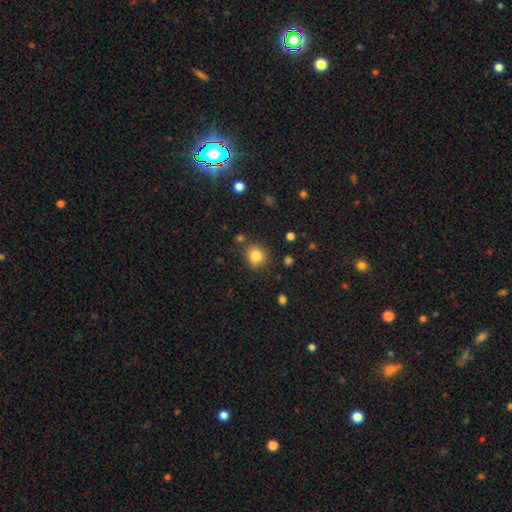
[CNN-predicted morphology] smooth 83%, star or artifact 11%, featured or disk 6%. Down the decision tree: how rounded — round (79%); merging — none (77%).